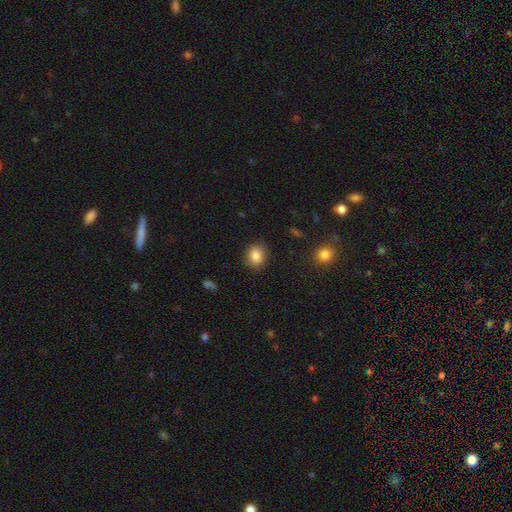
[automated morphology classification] The model was most divided on "how rounded": round: 58%, in between: 41%, cigar-shaped: 1%. More confident: merging — none (87%); smooth or featured — smooth (85%).